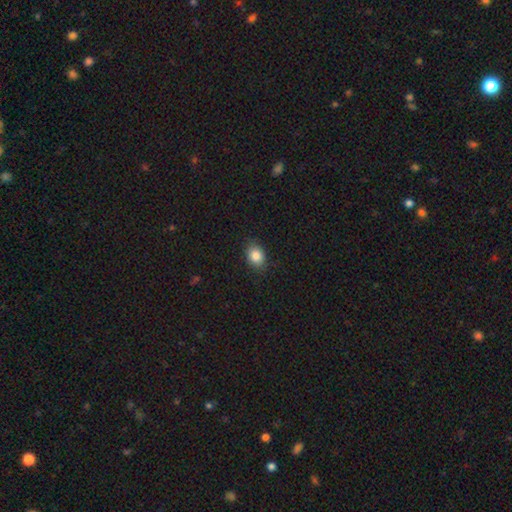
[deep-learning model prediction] Smooth or featured: smooth — 84% (star or artifact — 9%)
How rounded: in between — 59% (round — 40%)
Merging: none — 83% (minor disturbance — 13%)